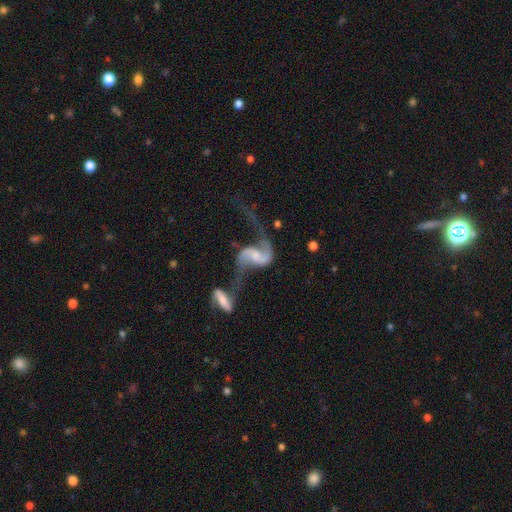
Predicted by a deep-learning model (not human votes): Morphology: type=featured or disk (88%); edge-on=no (97%); bar=weak (43%); spiral arms=yes (95%); winding=loose (81%); arm count=2 (90%); bulge=moderate (34%); merging=merger (49%).